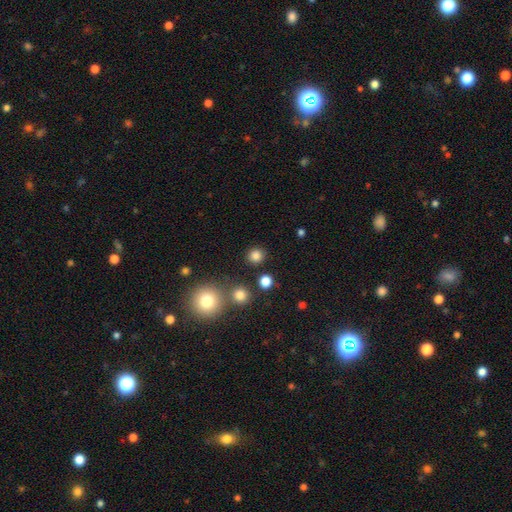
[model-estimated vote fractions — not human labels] A smooth galaxy with no disk features (82%) that is round (91%). Merging: none (87%).